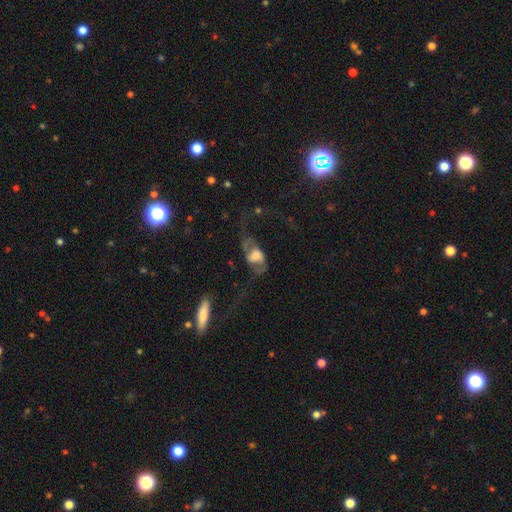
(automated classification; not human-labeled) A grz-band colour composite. It shows a featured or disk galaxy (64%) with no bar (49%), spiral arms (77%) and a large central bulge (45%). Merging: major disturbance (42%).